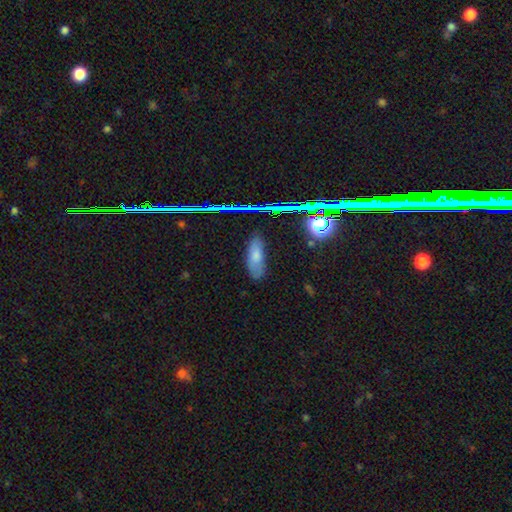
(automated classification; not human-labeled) Smooth or featured?
  - smooth: 70% *
  - featured or disk: 16%
  - star or artifact: 14%
How rounded?
  - in between: 70% *
  - cigar-shaped: 28%
  - round: 3%
Merging?
  - none: 75% *
  - minor disturbance: 18%
  - major disturbance: 4%
  - merger: 2%